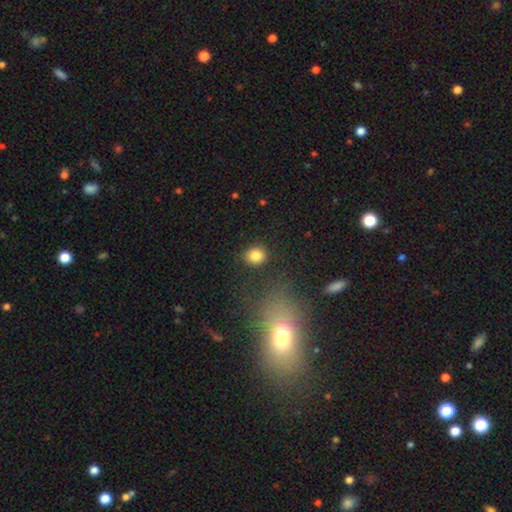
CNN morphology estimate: Q: Smooth or featured?
A: smooth (84%); runner-up: star or artifact (11%)
Q: How rounded?
A: round (74%); runner-up: in between (25%)
Q: Merging?
A: none (86%); runner-up: minor disturbance (8%)